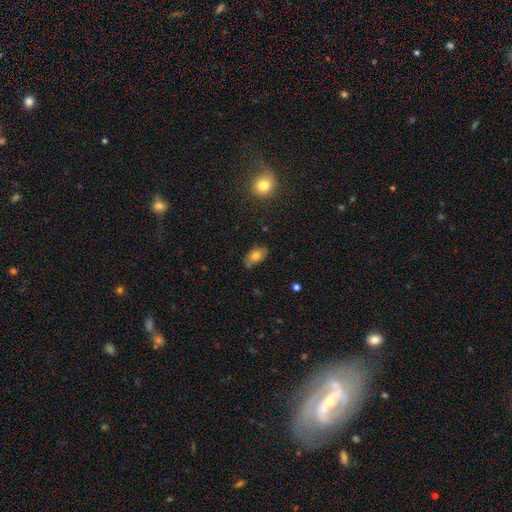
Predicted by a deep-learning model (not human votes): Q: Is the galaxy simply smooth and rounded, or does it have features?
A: smooth — 75%.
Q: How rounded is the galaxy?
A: in between — 90%.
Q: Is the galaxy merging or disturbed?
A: none — 72%.